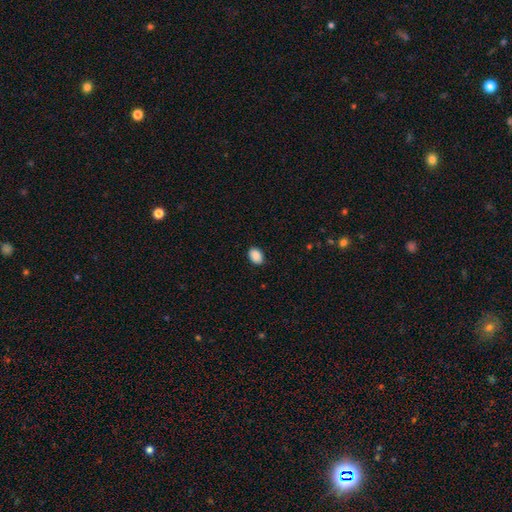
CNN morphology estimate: smooth_or_featured: smooth (p=0.90) [alt: star or artifact p=0.07]
how_rounded: in between (p=0.81) [alt: round p=0.18]
merging: none (p=0.88) [alt: minor disturbance p=0.09]